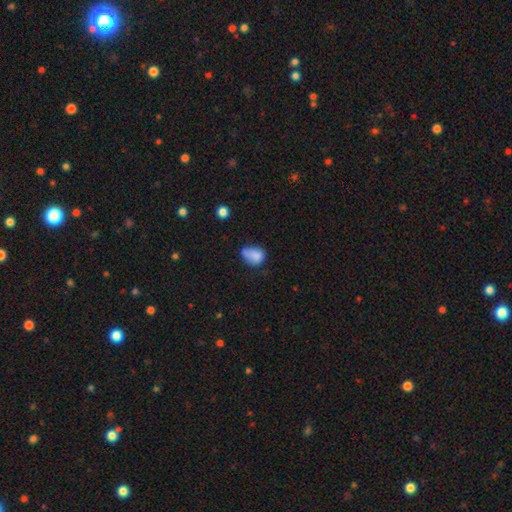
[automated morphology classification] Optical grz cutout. It shows a smooth galaxy with no disk features (78%) that is in between round and cigar-shaped (68%). Merging: minor disturbance (37%).